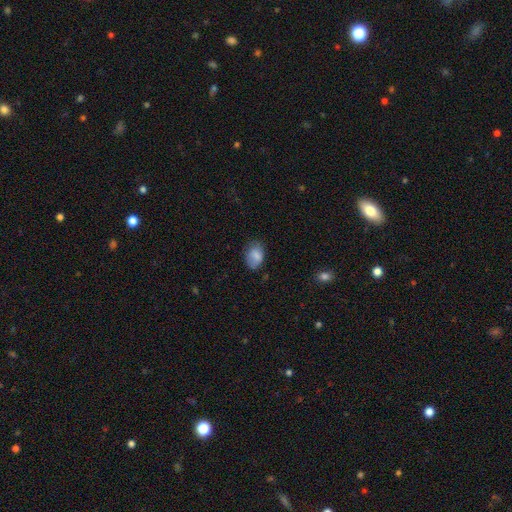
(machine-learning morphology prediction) Smooth or featured?
  - smooth: 81% *
  - featured or disk: 10%
  - star or artifact: 8%
How rounded?
  - in between: 82% *
  - round: 17%
  - cigar-shaped: 1%
Merging?
  - none: 62% *
  - minor disturbance: 28%
  - major disturbance: 8%
  - merger: 2%